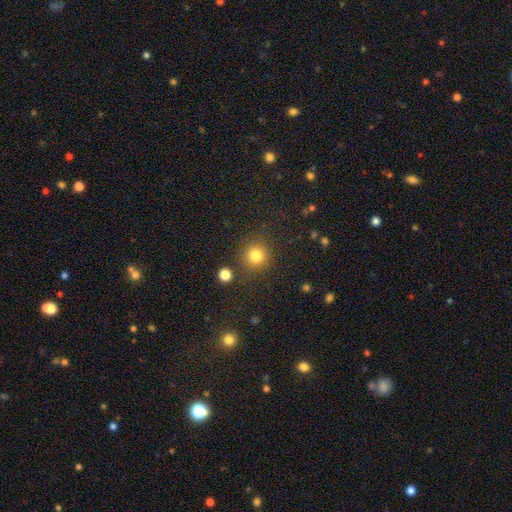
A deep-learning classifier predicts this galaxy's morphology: Smooth or featured?
  - smooth: 82% *
  - star or artifact: 13%
  - featured or disk: 5%
How rounded?
  - round: 92% *
  - in between: 7%
  - cigar-shaped: 1%
Merging?
  - none: 84% *
  - minor disturbance: 8%
  - merger: 4%
  - major disturbance: 4%